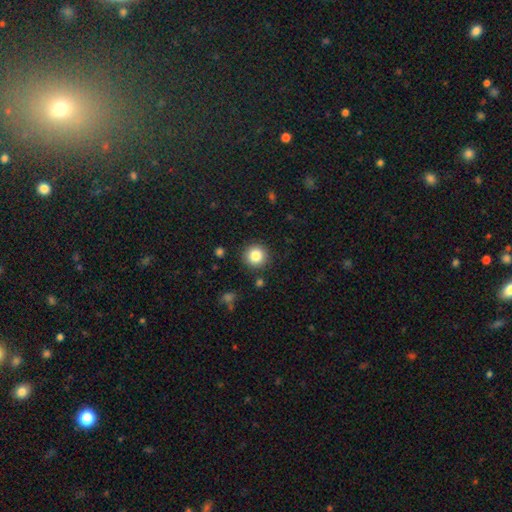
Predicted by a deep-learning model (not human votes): Smooth or featured? Predicted: smooth (p=0.84). How rounded? Predicted: round (p=0.95). Merging? Predicted: none (p=0.90).